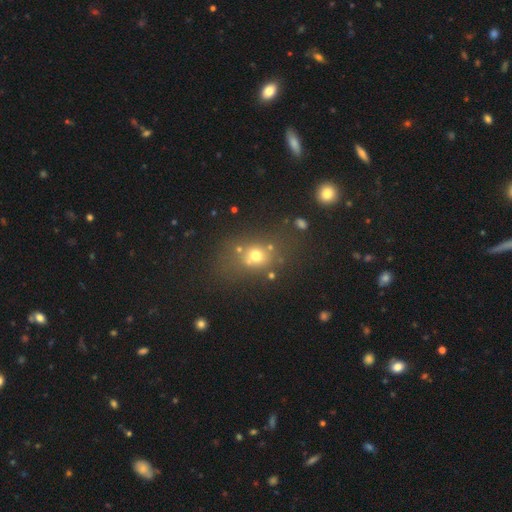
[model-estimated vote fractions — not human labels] smooth 64%, star or artifact 21%, featured or disk 15%. Down the decision tree: how rounded — round (59%); merging — none (63%).